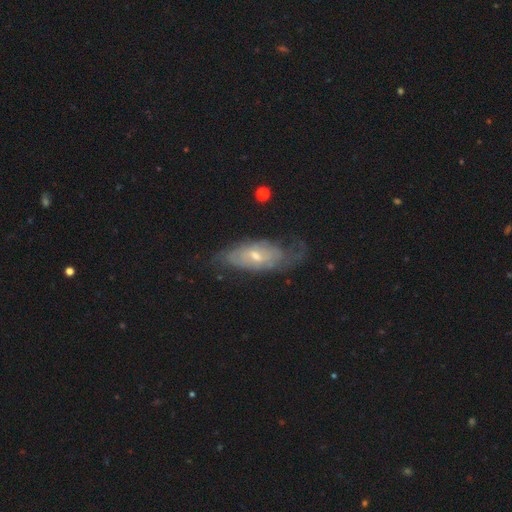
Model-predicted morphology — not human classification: Overall: featured or disk (69%). Edge-on disk: no (85%). Bar: no (56%; weak 37%). Spiral arms: yes (76%). Bulge size: moderate (49%; small 46%). Merging: none (55%; minor disturbance 26%).